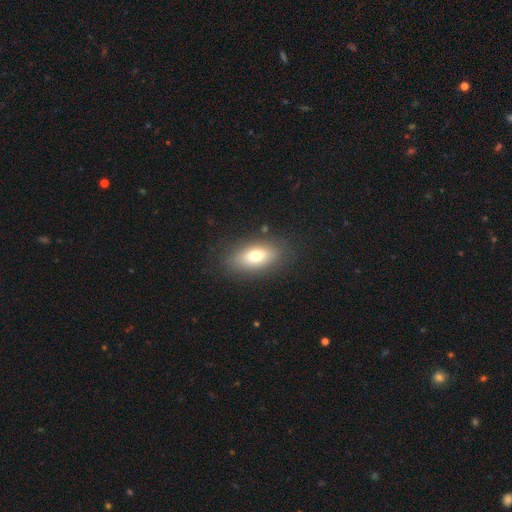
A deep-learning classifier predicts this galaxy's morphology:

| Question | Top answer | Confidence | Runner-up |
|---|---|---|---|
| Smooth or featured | smooth | 73% | featured or disk (18%) |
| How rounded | in between | 87% | cigar-shaped (7%) |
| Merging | none | 83% | minor disturbance (11%) |